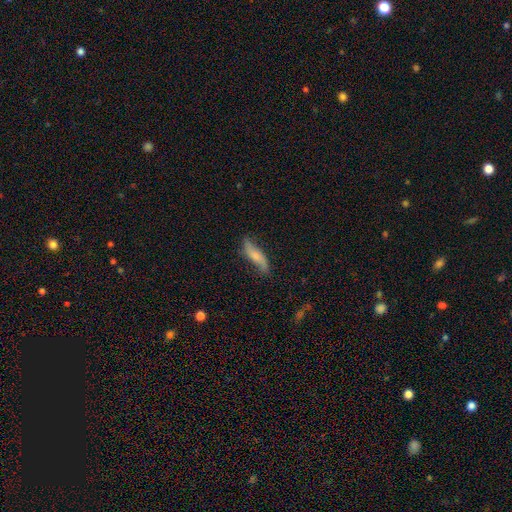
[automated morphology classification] A featured or disk galaxy (47%).

Vote fractions:
- Smooth or featured? featured or disk: 47% / smooth: 46% / star or artifact: 7%
- Merging? none: 72% / minor disturbance: 22% / major disturbance: 5% / merger: 2%